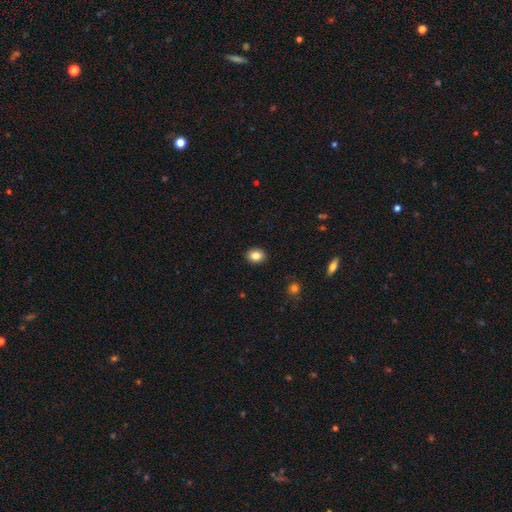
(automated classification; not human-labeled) The model was most divided on "how rounded": in between: 52%, round: 47%, cigar-shaped: 1%. More confident: merging — none (91%); smooth or featured — smooth (85%).